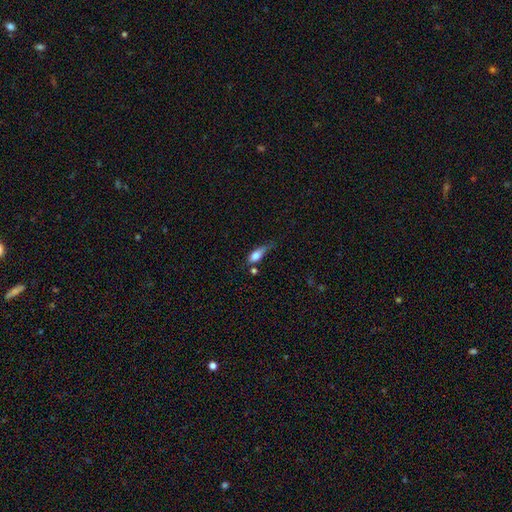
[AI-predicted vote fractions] Overall: smooth (73%). How rounded: in between (70%). Merging: minor disturbance (33%; none 30%).